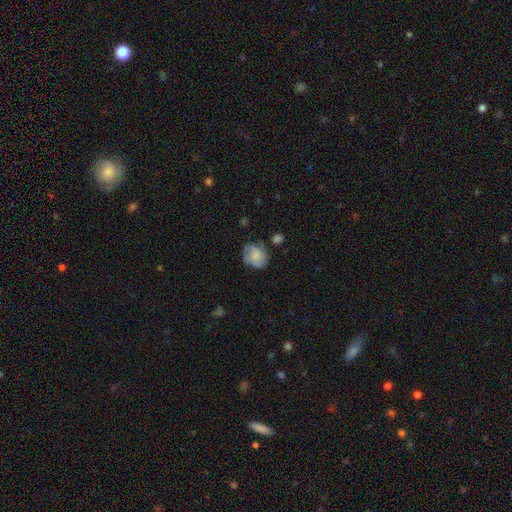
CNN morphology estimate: This appears to be a smooth galaxy with no disk features (55%) that is round (60%). Merging: none (60%).